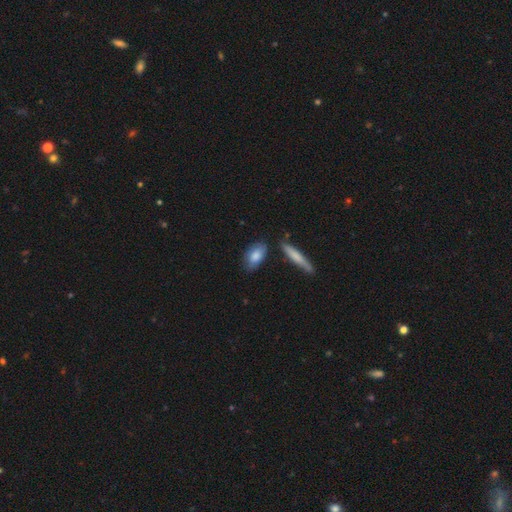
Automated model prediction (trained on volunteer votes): Smooth or featured?
  - smooth: 79% *
  - featured or disk: 15%
  - star or artifact: 6%
How rounded?
  - in between: 85% *
  - cigar-shaped: 11%
  - round: 4%
Merging?
  - none: 73% *
  - minor disturbance: 16%
  - merger: 7%
  - major disturbance: 4%